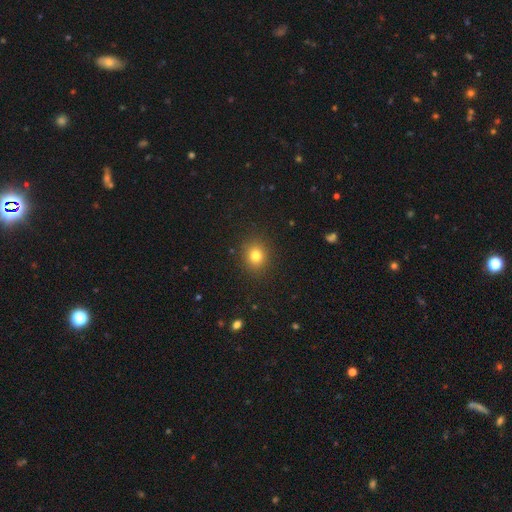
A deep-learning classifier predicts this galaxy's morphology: Smooth or featured?
  - smooth: 79% *
  - star or artifact: 14%
  - featured or disk: 7%
How rounded?
  - round: 79% *
  - in between: 20%
  - cigar-shaped: 1%
Merging?
  - none: 89% *
  - minor disturbance: 7%
  - major disturbance: 2%
  - merger: 1%